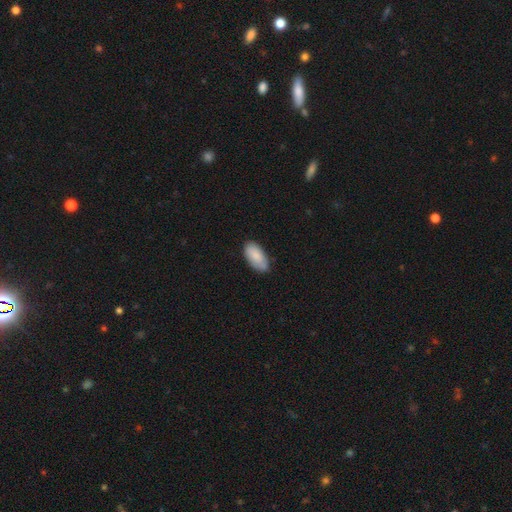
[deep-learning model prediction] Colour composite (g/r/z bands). It shows a smooth galaxy with no disk features (83%) that is in between round and cigar-shaped (94%). Merging: none (73%).